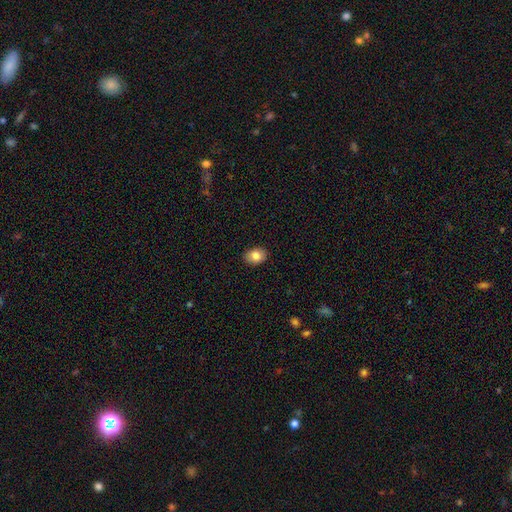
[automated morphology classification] Smooth or featured? Predicted: smooth (p=0.83). How rounded? Predicted: in between (p=0.73). Merging? Predicted: none (p=0.88).